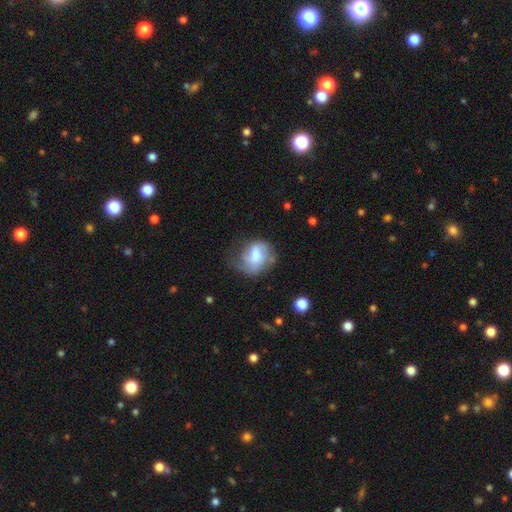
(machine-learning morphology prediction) Smooth or featured? featured or disk (48%)
Merging? none (41%)